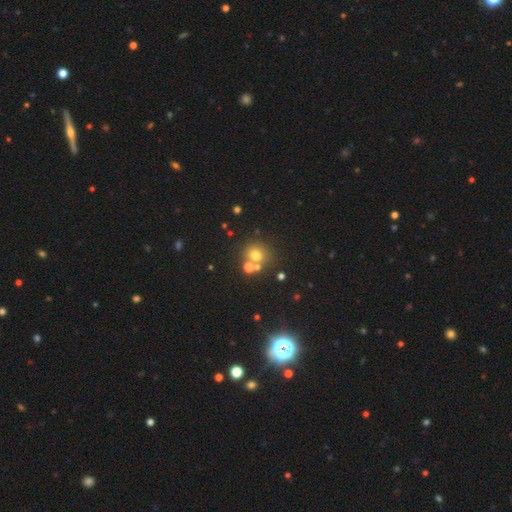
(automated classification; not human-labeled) Q: Smooth or featured?
A: smooth (65%); runner-up: star or artifact (24%)
Q: How rounded?
A: round (81%); runner-up: in between (18%)
Q: Merging?
A: none (62%); runner-up: merger (25%)